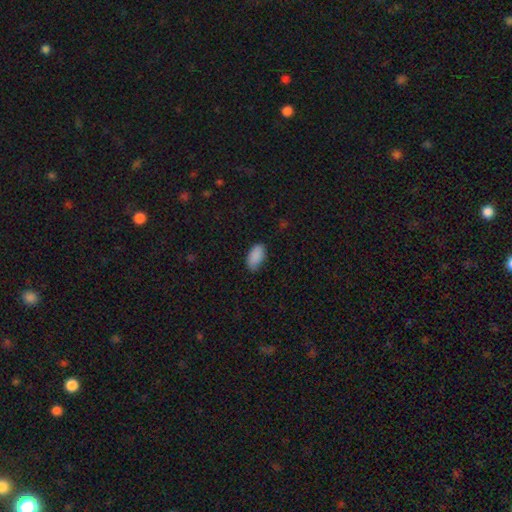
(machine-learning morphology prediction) type=smooth (88%); roundness=in between (94%); merging=none (75%).